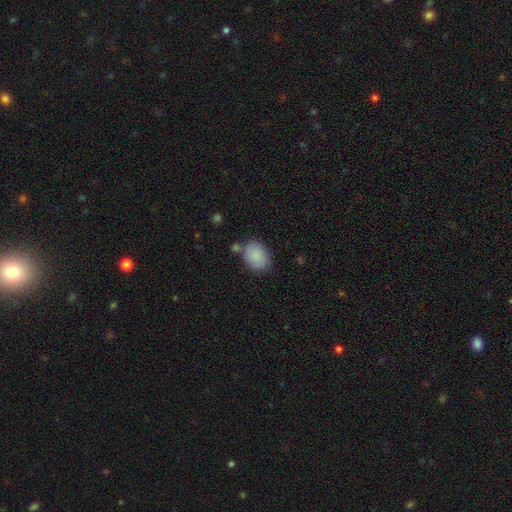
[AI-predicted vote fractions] smooth-or-featured: smooth: 87% | star or artifact: 7% | featured or disk: 6%
  how-rounded: in between: 76% | round: 23% | cigar-shaped: 1%
  merging: none: 69% | minor disturbance: 17% | merger: 9% | major disturbance: 4%